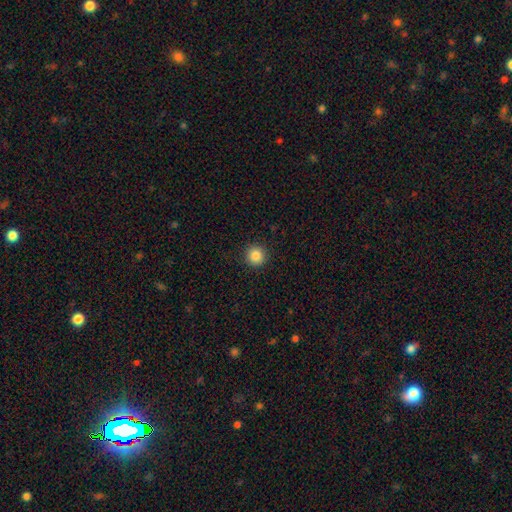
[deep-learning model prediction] Smooth or featured? Predicted: smooth (p=0.85). How rounded? Predicted: round (p=0.95). Merging? Predicted: none (p=0.93).